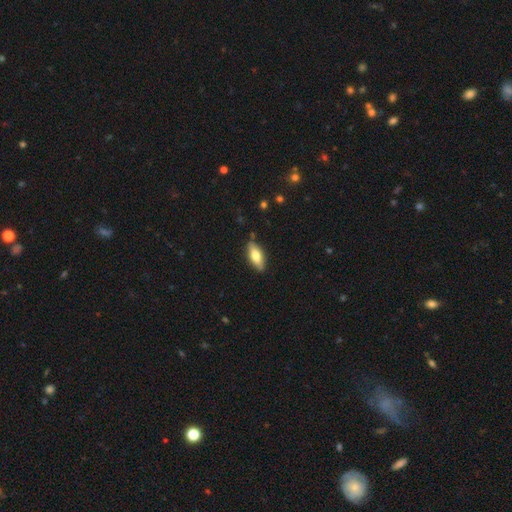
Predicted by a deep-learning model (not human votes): The model was most divided on "smooth or featured": smooth: 69%, featured or disk: 25%, star or artifact: 6%. More confident: merging — none (86%); how rounded — in between (75%).